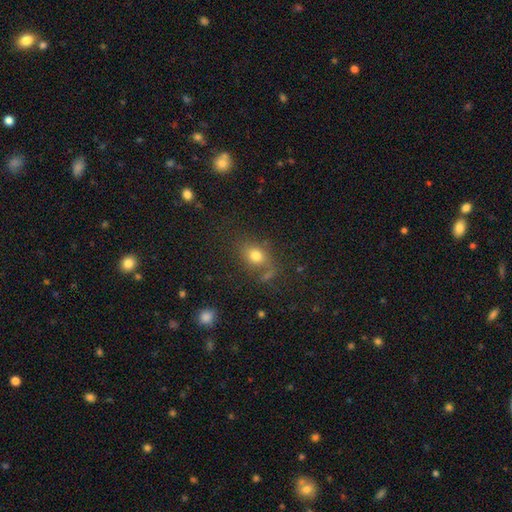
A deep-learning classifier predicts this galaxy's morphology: A smooth galaxy with no disk features (73%) that is in between round and cigar-shaped (59%).

Vote fractions:
- Smooth or featured? smooth: 73% / star or artifact: 14% / featured or disk: 14%
- How rounded? in between: 59% / round: 38% / cigar-shaped: 3%
- Merging? none: 59% / minor disturbance: 19% / major disturbance: 13% / merger: 9%